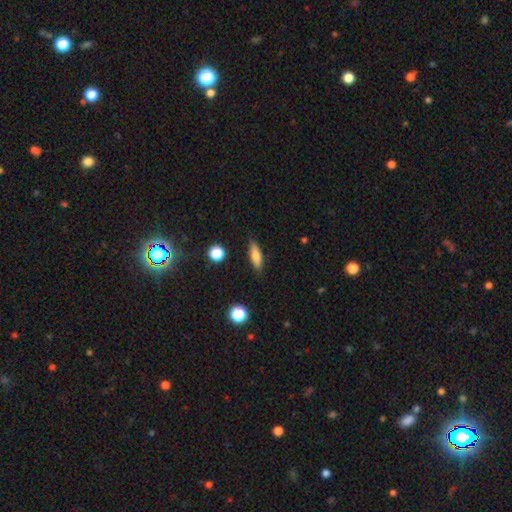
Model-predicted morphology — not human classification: Smooth or featured: smooth — 75% (featured or disk — 17%)
How rounded: cigar-shaped — 53% (in between — 44%)
Merging: none — 85% (minor disturbance — 11%)